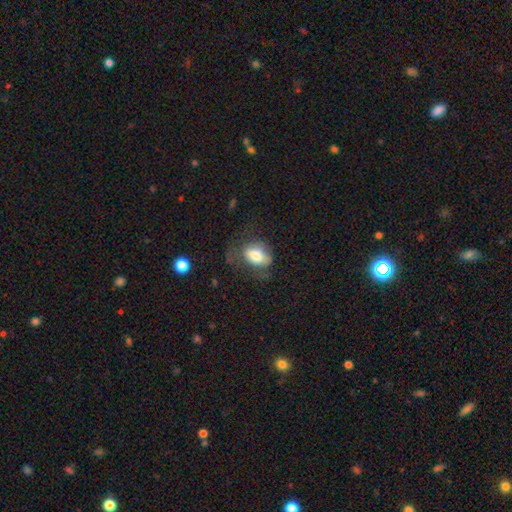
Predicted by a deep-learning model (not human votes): Smooth or featured? smooth (72%)
How rounded? in between (83%)
Merging? none (41%)